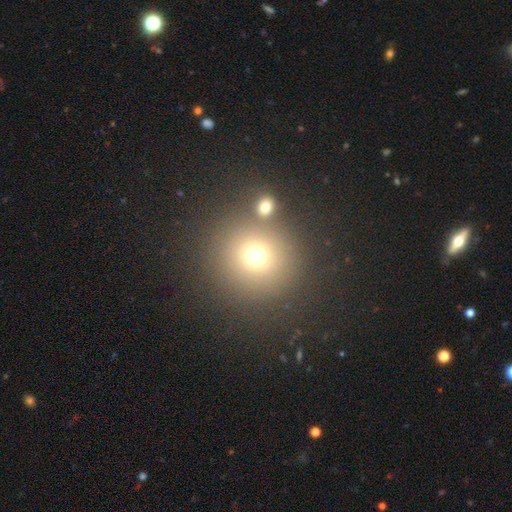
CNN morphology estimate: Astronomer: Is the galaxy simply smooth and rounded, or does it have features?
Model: smooth — 70%.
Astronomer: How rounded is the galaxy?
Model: round — 93%.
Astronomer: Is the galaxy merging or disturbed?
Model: none — 76%.